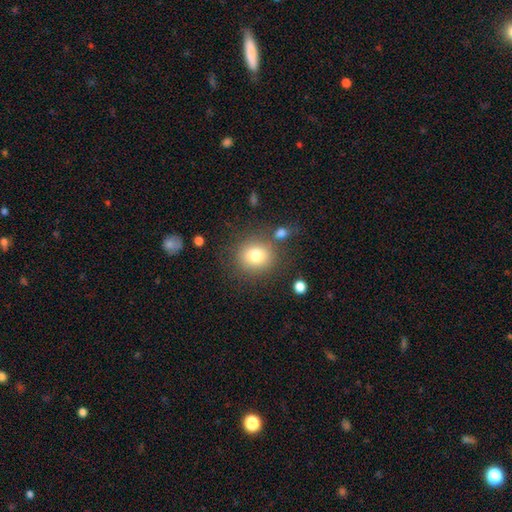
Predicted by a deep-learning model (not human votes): This is likely a smooth galaxy (79%). How rounded: clearly round (85%). Merging: likely none (77%).